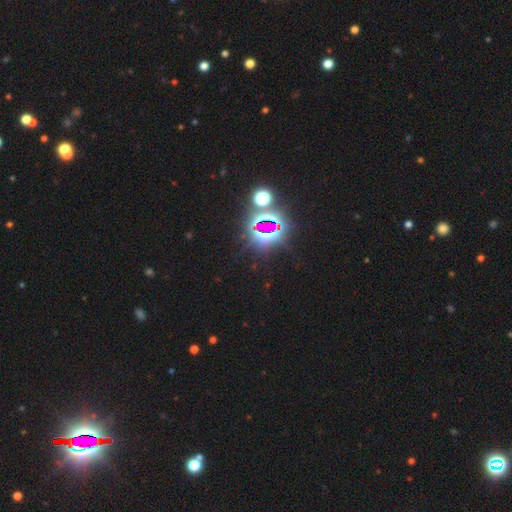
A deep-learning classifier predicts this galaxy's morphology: Smooth or featured? star or artifact (83%)